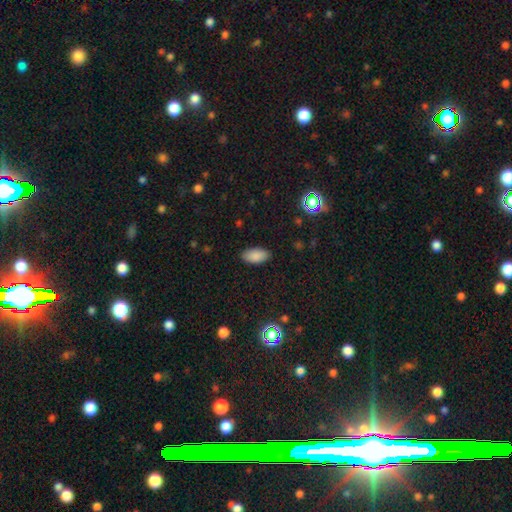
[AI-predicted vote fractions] Smooth or featured? Predicted: smooth (p=0.86). How rounded? Predicted: in between (p=0.94). Merging? Predicted: none (p=0.88).